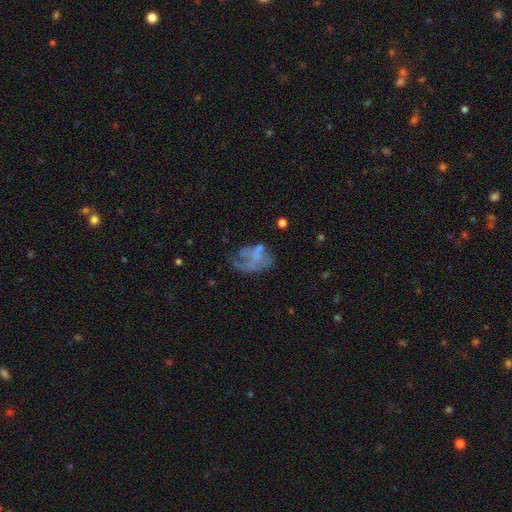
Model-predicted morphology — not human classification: Overall: featured or disk (53%; smooth 35%). Edge-on disk: no (98%). Bar: no (85%). Spiral arms: no (75%). Bulge size: none (76%). Merging: major disturbance (45%; none 27%).